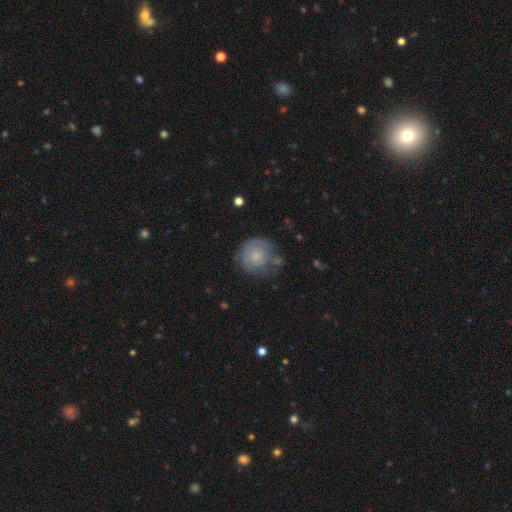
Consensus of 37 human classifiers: smooth 68%, featured or disk 27%, star or artifact 5%. Down the decision tree: how rounded — round (88%); merging — none (46%).